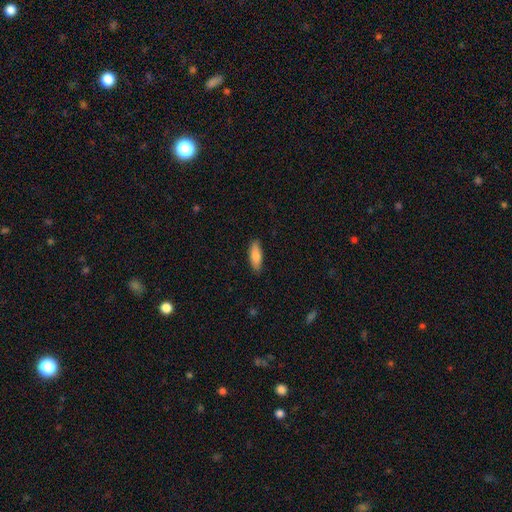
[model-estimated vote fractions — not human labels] smooth_or_featured: smooth (p=0.82) [alt: featured or disk p=0.12]
how_rounded: in between (p=0.62) [alt: cigar-shaped p=0.36]
merging: none (p=0.86) [alt: minor disturbance p=0.11]